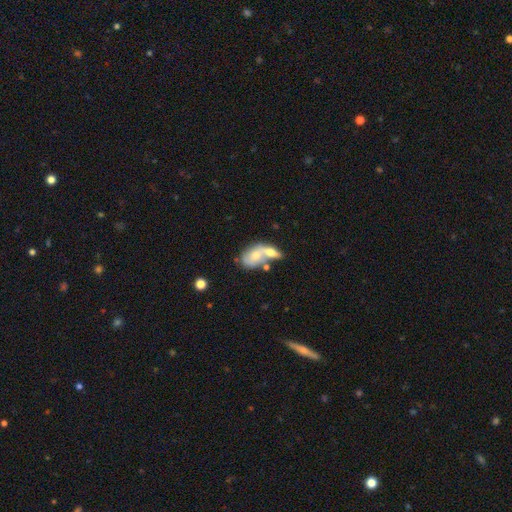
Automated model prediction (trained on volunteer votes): Morphology: type=smooth (50%); roundness=in between (81%); merging=merger (65%).